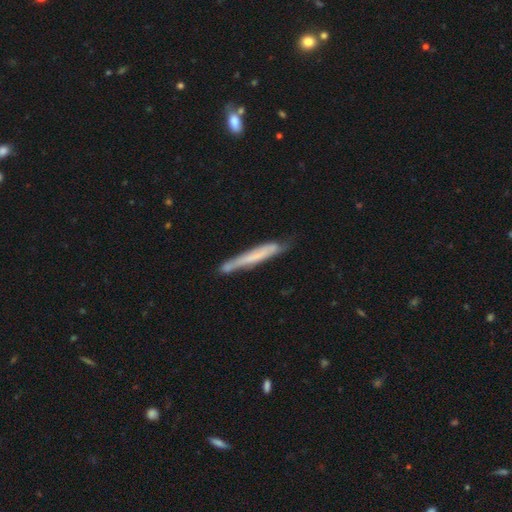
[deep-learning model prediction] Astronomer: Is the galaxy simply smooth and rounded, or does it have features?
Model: smooth — 51% (runner-up: featured or disk, 42%).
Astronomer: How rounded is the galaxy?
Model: cigar-shaped — 95%.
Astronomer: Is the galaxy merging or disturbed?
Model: none — 62%.